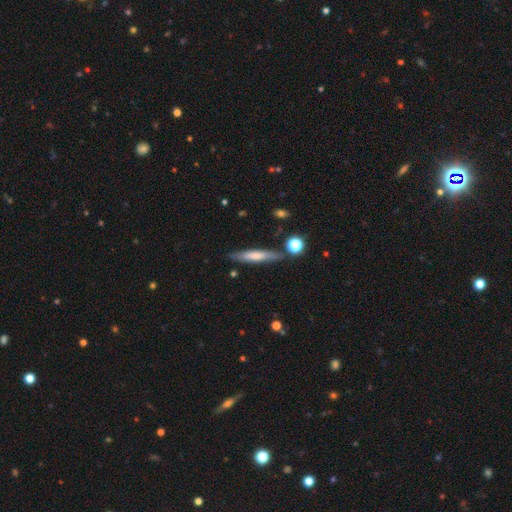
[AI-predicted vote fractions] smooth 59%, featured or disk 34%, star or artifact 7%. Down the decision tree: how rounded — cigar-shaped (89%); merging — none (81%).